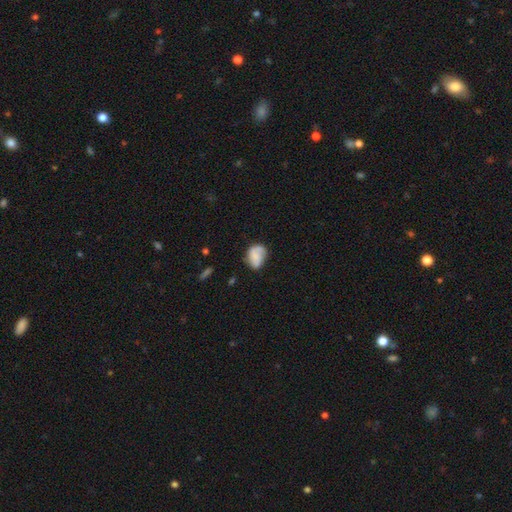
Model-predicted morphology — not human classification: Smooth or featured? Predicted: smooth (p=0.51). How rounded? Predicted: in between (p=0.59). Merging? Predicted: none (p=0.61).